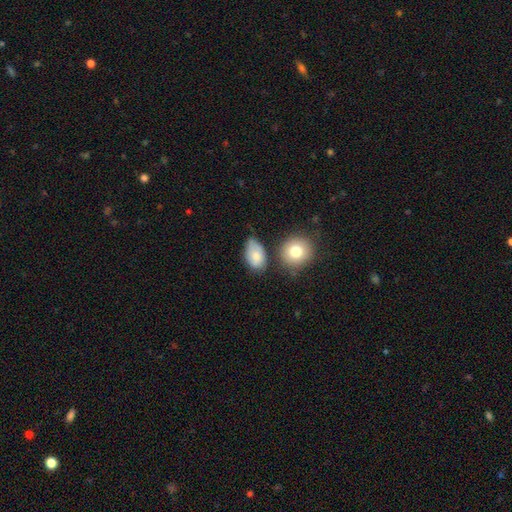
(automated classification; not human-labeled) This is likely a smooth galaxy (76%). How rounded: clearly in between (84%). Merging: possibly none (50%).